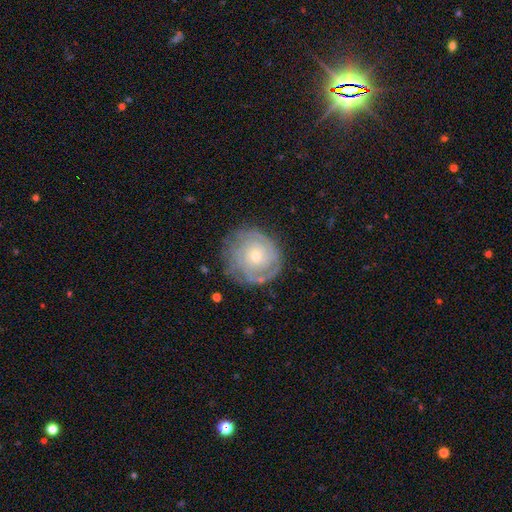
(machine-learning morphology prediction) This appears to be a featured or disk galaxy (78%) with no bar (81%), tight (78%) spiral arms (92%) and a small central bulge (68%). Merging: none (77%).